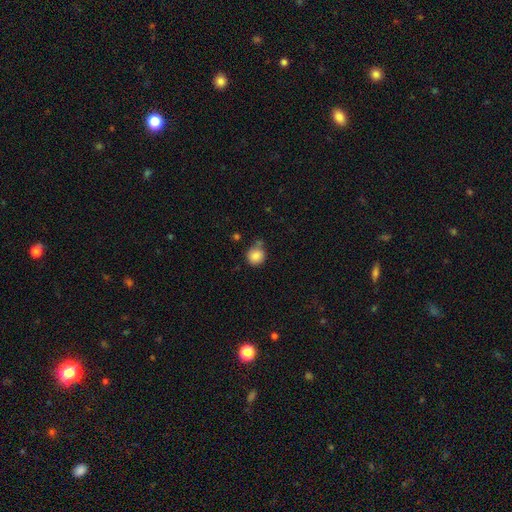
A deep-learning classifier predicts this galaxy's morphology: A smooth galaxy with no disk features (85%) that is round (90%). Merging: none (69%).